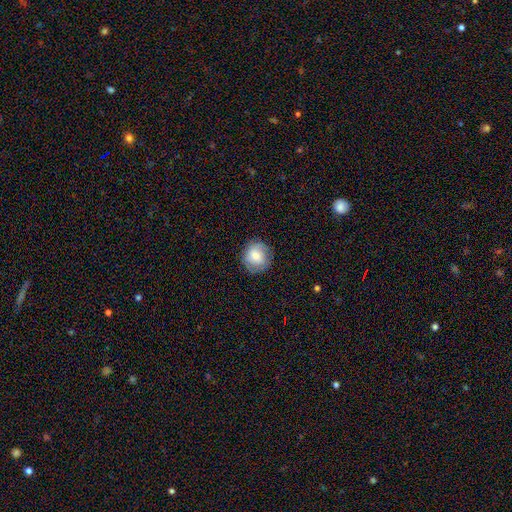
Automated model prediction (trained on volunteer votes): This appears to be a smooth galaxy with no disk features (65%) that is round (88%). Merging: none (81%).